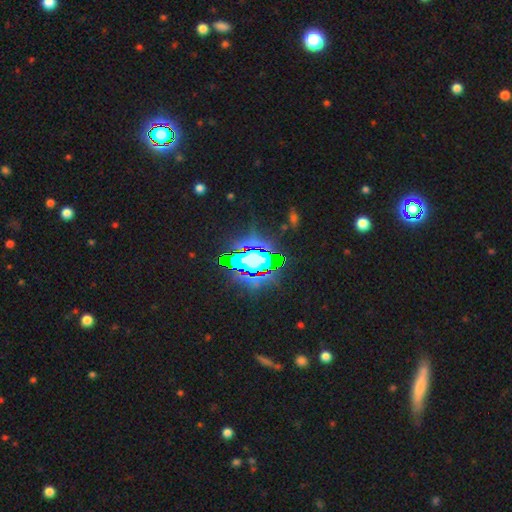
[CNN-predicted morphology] type=star or artifact (76%).